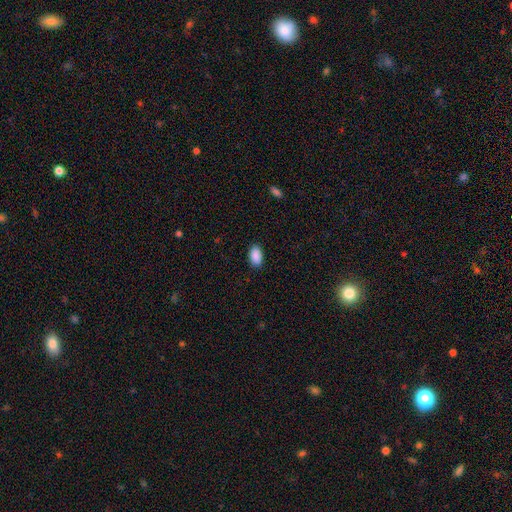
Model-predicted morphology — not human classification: The model was most divided on "merging": none: 89%, minor disturbance: 8%, major disturbance: 2%, merger: 1%. More confident: how rounded — in between (94%); smooth or featured — smooth (90%).